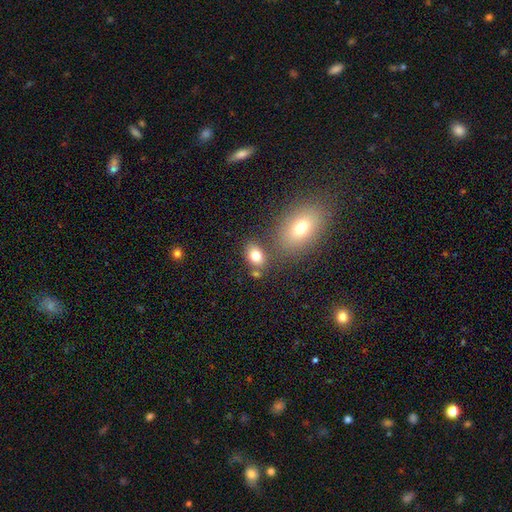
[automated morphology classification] smooth 78%, star or artifact 11%, featured or disk 11%. Down the decision tree: how rounded — in between (76%); merging — none (65%).